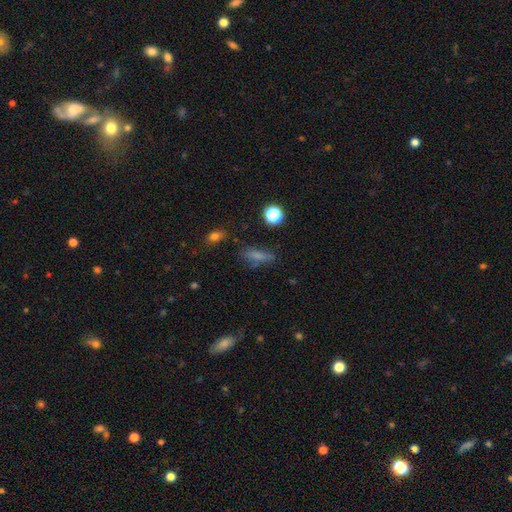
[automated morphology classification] smooth_or_featured: smooth (p=0.53) [alt: star or artifact p=0.27]
how_rounded: in between (p=0.47) [alt: cigar-shaped p=0.41]
merging: none (p=0.67) [alt: minor disturbance p=0.20]